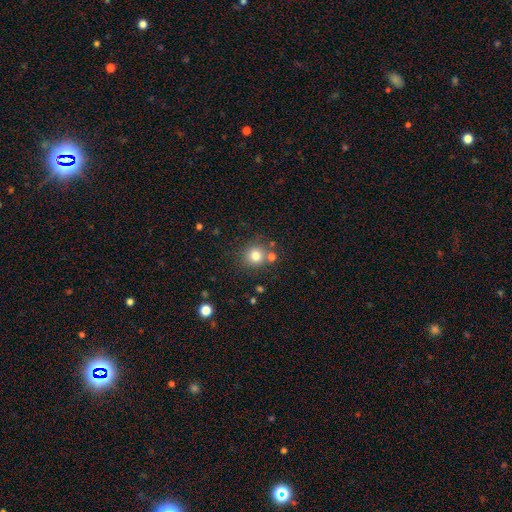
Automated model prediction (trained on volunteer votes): Smooth or featured? Predicted: smooth (p=0.78). How rounded? Predicted: round (p=0.90). Merging? Predicted: none (p=0.74).